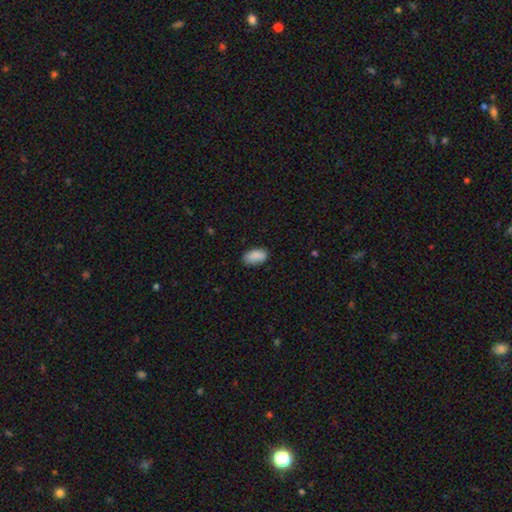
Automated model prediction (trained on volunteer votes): The model was most divided on "merging": none: 79%, minor disturbance: 17%, major disturbance: 3%, merger: 1%. More confident: how rounded — in between (93%); smooth or featured — smooth (88%).